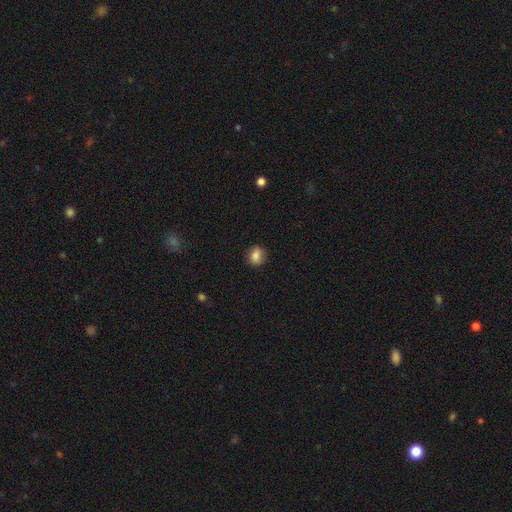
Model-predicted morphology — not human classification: This is clearly a smooth galaxy (85%). How rounded: possibly round (59%). Merging: clearly none (86%).